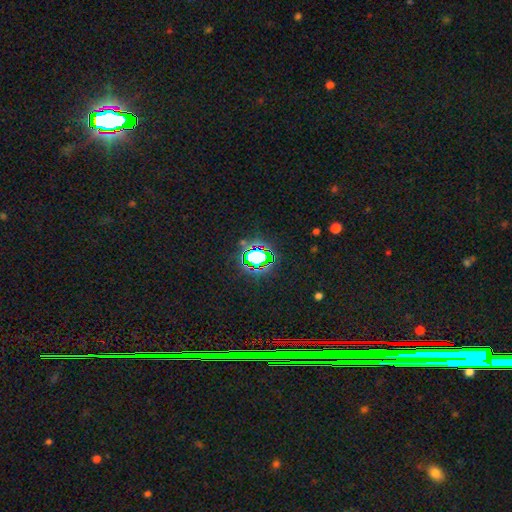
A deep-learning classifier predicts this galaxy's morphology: Q: Smooth or featured?
A: star or artifact (66%); runner-up: smooth (22%)